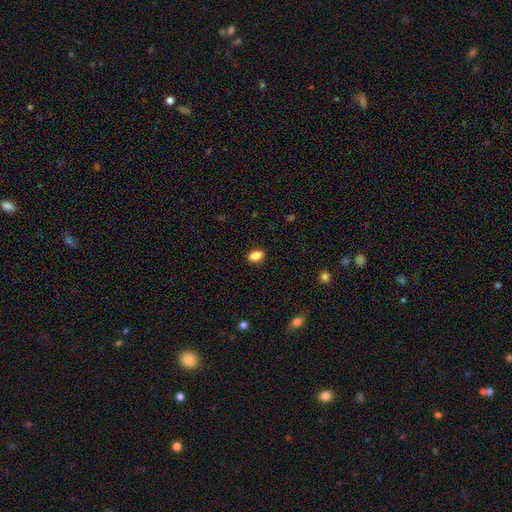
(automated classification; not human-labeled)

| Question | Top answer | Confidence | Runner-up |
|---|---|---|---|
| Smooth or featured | smooth | 87% | star or artifact (9%) |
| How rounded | in between | 78% | round (21%) |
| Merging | none | 89% | minor disturbance (8%) |